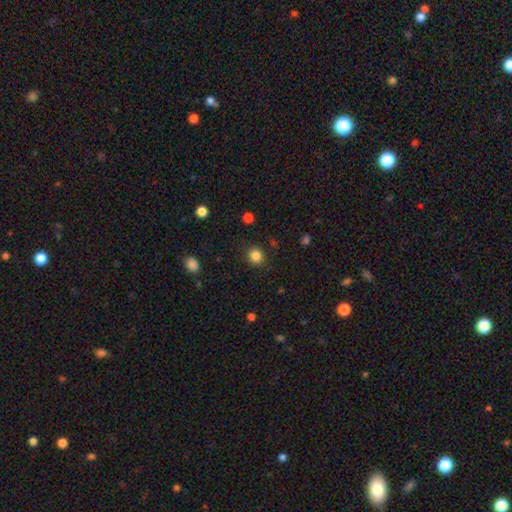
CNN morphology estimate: This is clearly a smooth galaxy (84%). How rounded: clearly round (81%). Merging: clearly none (88%).